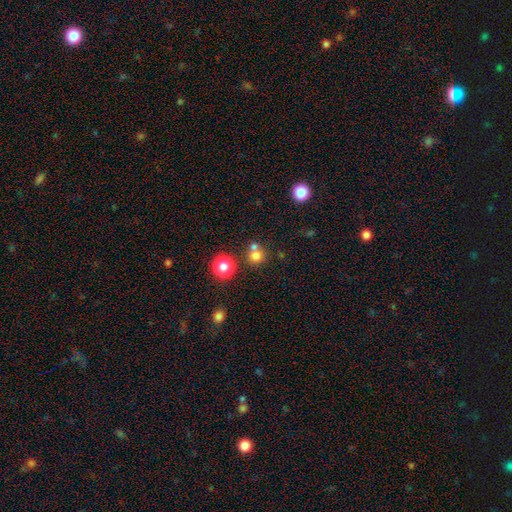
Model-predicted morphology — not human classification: type=smooth (74%); roundness=round (89%); merging=none (56%).